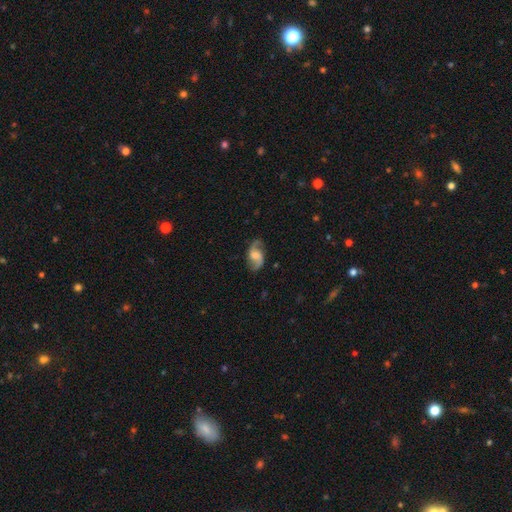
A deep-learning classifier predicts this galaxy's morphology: Q: Smooth or featured?
A: featured or disk (79%); runner-up: smooth (14%)
Q: Edge-on disk?
A: no (97%); runner-up: yes (3%)
Q: Bar?
A: weak (45%); runner-up: no (44%)
Q: Spiral arms?
A: yes (95%); runner-up: no (5%)
Q: Spiral winding?
A: loose (50%); runner-up: medium (40%)
Q: Spiral arm count?
A: 2 (91%); runner-up: can't tell (3%)
Q: Bulge size?
A: moderate (30%); runner-up: none (26%)
Q: Merging?
A: none (78%); runner-up: minor disturbance (15%)